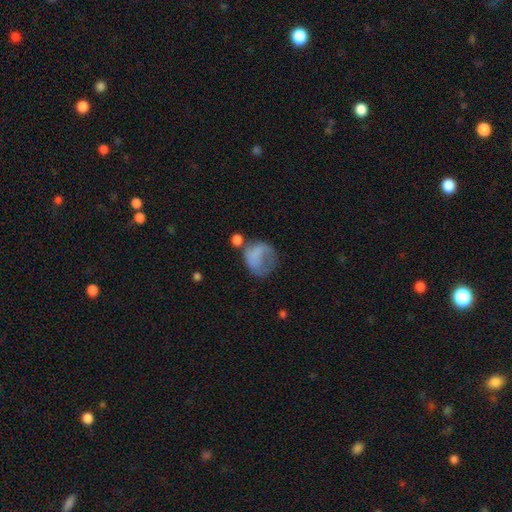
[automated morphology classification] Smooth or featured: smooth — 64% (featured or disk — 26%)
How rounded: round — 63% (in between — 36%)
Merging: major disturbance — 39% (none — 29%)